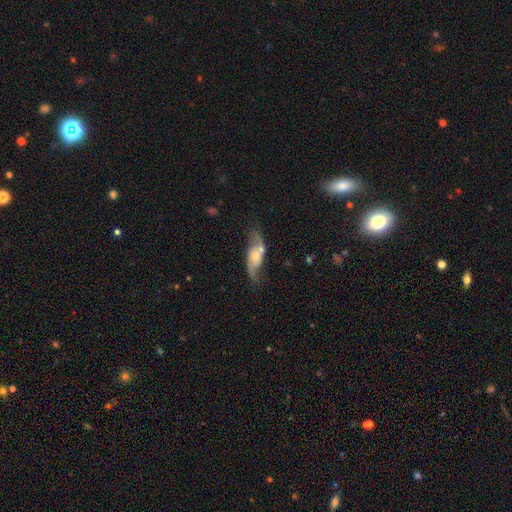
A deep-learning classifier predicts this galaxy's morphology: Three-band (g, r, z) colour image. It shows a featured or disk galaxy (78%) with no bar (62%), 2 (90%) loose (62%) spiral arms (93%) and a moderate central bulge (50%). Merging: none (60%).